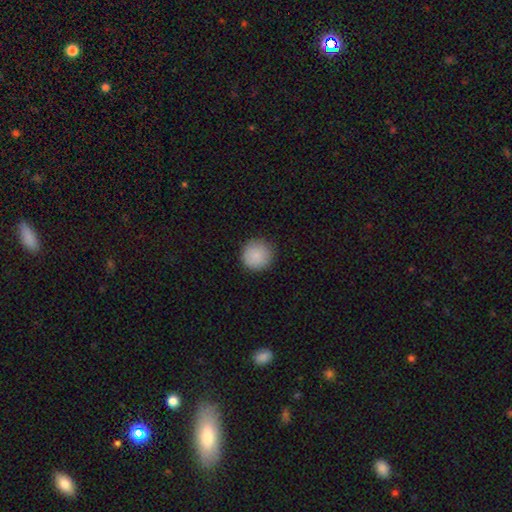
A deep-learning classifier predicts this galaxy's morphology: This appears to be a smooth galaxy with no disk features (88%) that is round (95%). Merging: none (90%).